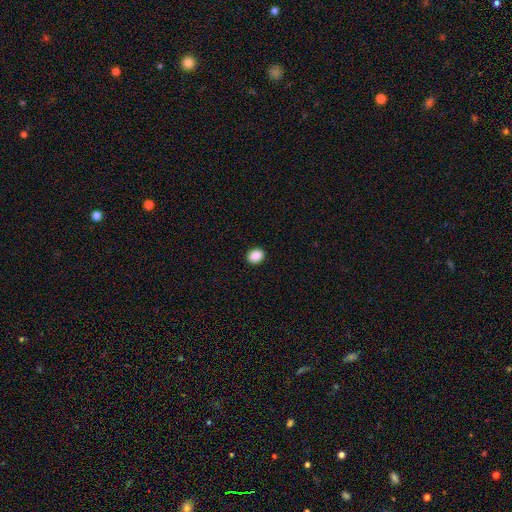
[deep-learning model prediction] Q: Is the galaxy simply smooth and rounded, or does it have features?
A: smooth — 89%.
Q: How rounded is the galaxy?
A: in between — 50%.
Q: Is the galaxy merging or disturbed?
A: none — 92%.